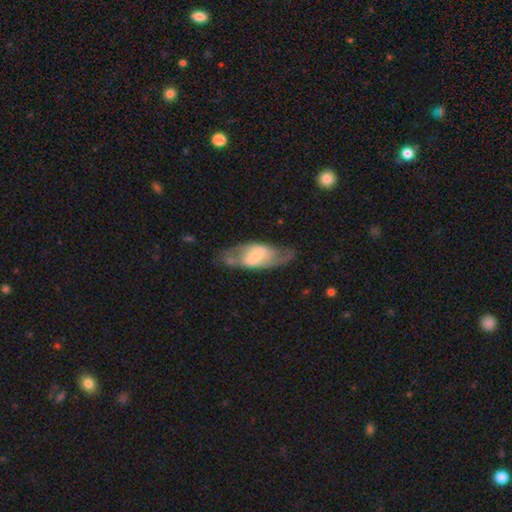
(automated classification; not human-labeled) Overall: featured or disk (74%). Edge-on disk: no (90%). Bar: strong (45%; weak 39%). Spiral arms: yes (83%). Spiral arm count: 2 (84%). Spiral winding: medium (45%; loose 37%). Bulge size: small (31%; none 26%). Merging: none (66%).